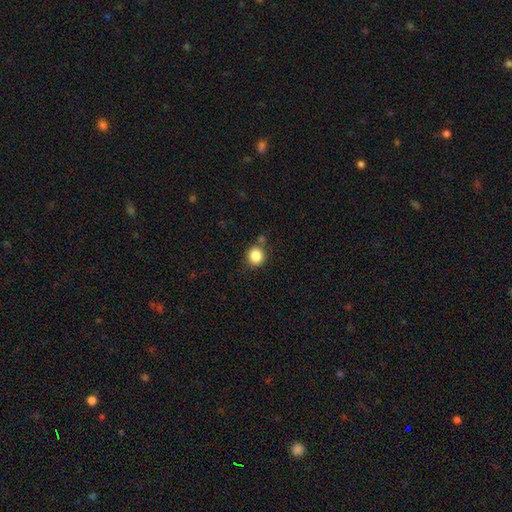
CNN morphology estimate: Smooth or featured? smooth (85%)
How rounded? round (87%)
Merging? none (77%)